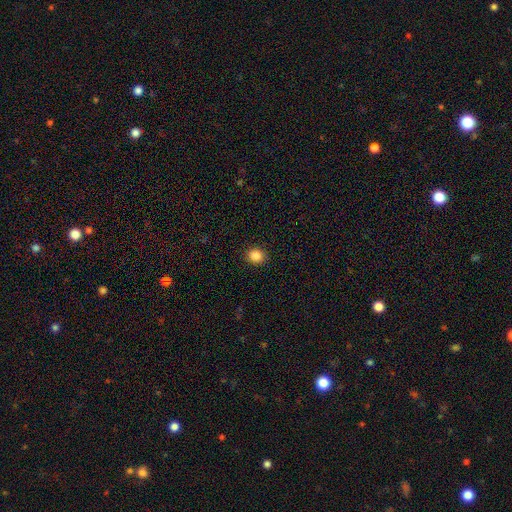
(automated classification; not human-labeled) A smooth galaxy with no disk features (87%) that is round (77%).

Vote fractions:
- Smooth or featured? smooth: 87% / star or artifact: 10% / featured or disk: 3%
- How rounded? round: 77% / in between: 22% / cigar-shaped: 1%
- Merging? none: 91% / minor disturbance: 6% / major disturbance: 2% / merger: 1%